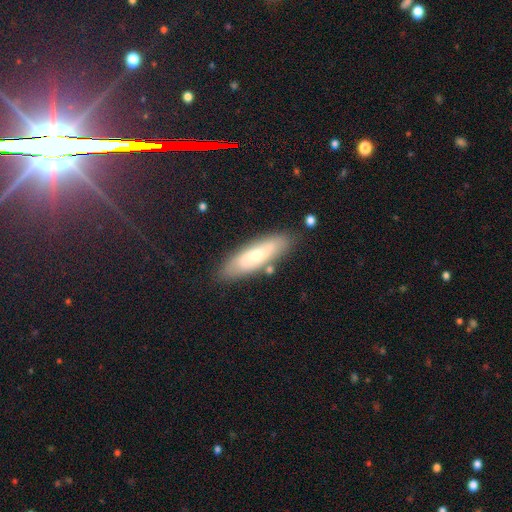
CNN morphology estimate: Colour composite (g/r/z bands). It shows a smooth galaxy with no disk features (55%) that is cigar-shaped (52%). Merging: none (79%).